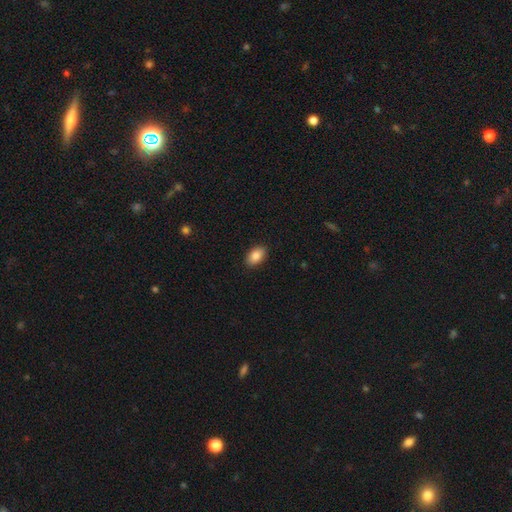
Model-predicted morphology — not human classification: Smooth or featured? Predicted: smooth (p=0.88). How rounded? Predicted: in between (p=0.91). Merging? Predicted: none (p=0.89).